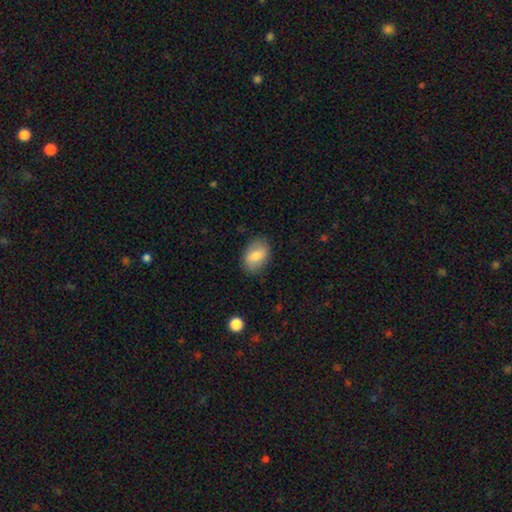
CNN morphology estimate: This appears to be a smooth galaxy with no disk features (75%) that is in between round and cigar-shaped (82%). Merging: none (82%).